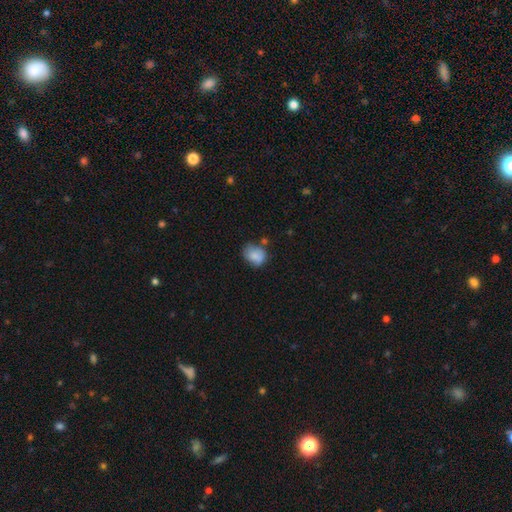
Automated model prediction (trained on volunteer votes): Q: Smooth or featured?
A: smooth (81%); runner-up: featured or disk (11%)
Q: How rounded?
A: in between (52%); runner-up: round (47%)
Q: Merging?
A: none (54%); runner-up: minor disturbance (29%)